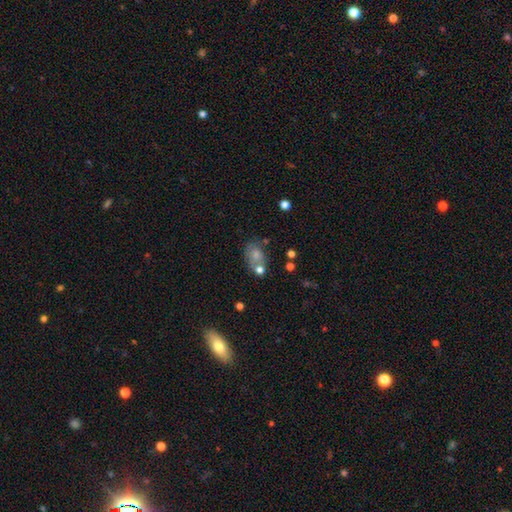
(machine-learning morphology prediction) smooth-or-featured: smooth: 72% | featured or disk: 17% | star or artifact: 11%
  how-rounded: in between: 76% | round: 22% | cigar-shaped: 2%
  merging: none: 50% | merger: 23% | minor disturbance: 19% | major disturbance: 8%